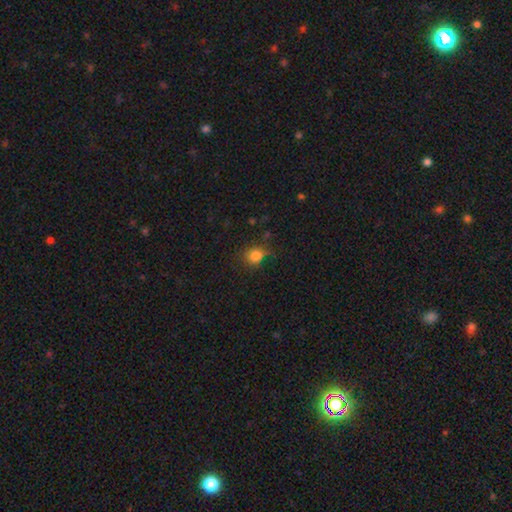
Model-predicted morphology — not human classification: Overall: smooth (80%). How rounded: round (77%). Merging: none (69%).